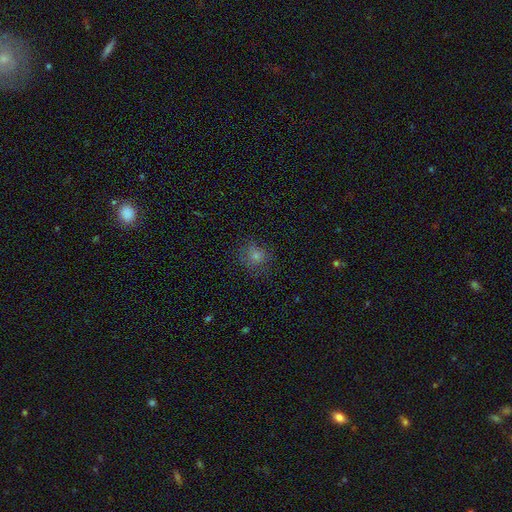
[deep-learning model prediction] smooth_or_featured: smooth (p=0.68) [alt: star or artifact p=0.23]
how_rounded: round (p=0.84) [alt: in between p=0.15]
merging: none (p=0.81) [alt: minor disturbance p=0.13]